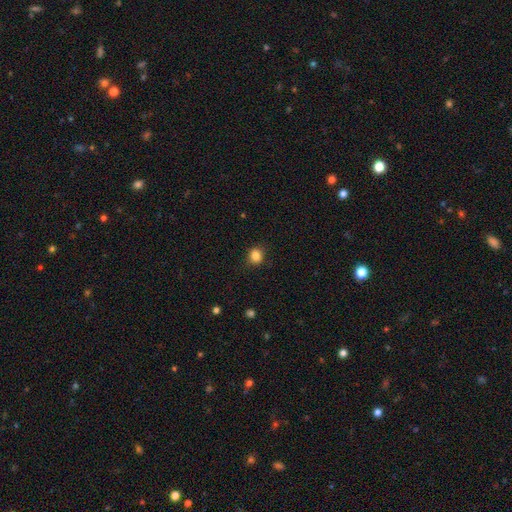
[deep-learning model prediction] smooth_or_featured: smooth (p=0.84) [alt: star or artifact p=0.11]
how_rounded: round (p=0.80) [alt: in between p=0.19]
merging: none (p=0.87) [alt: minor disturbance p=0.10]